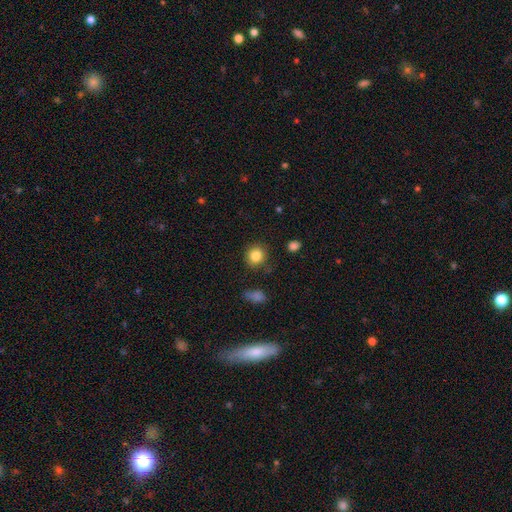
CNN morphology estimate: smooth_or_featured: smooth (p=0.84) [alt: star or artifact p=0.10]
how_rounded: round (p=0.89) [alt: in between p=0.10]
merging: none (p=0.87) [alt: minor disturbance p=0.08]